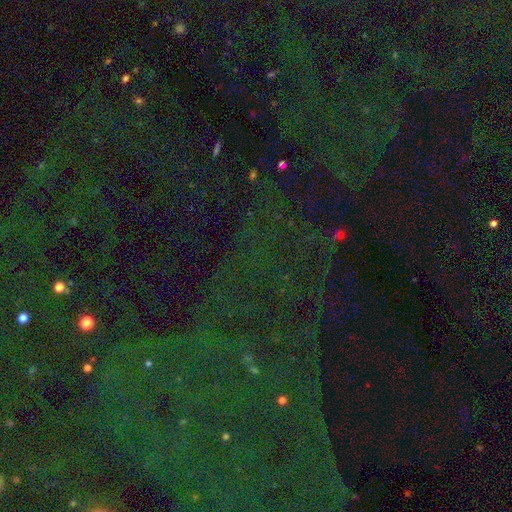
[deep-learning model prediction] Smooth or featured: star or artifact — 81% (smooth — 11%)